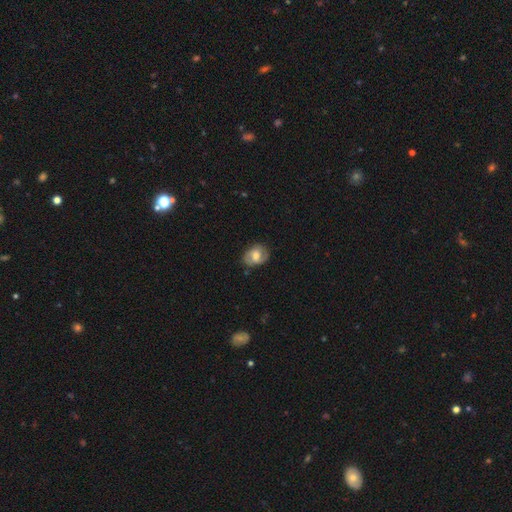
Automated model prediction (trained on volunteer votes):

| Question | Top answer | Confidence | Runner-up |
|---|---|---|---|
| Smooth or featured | featured or disk | 51% | smooth (42%) |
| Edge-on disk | no | 96% | yes (4%) |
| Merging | none | 74% | minor disturbance (19%) |